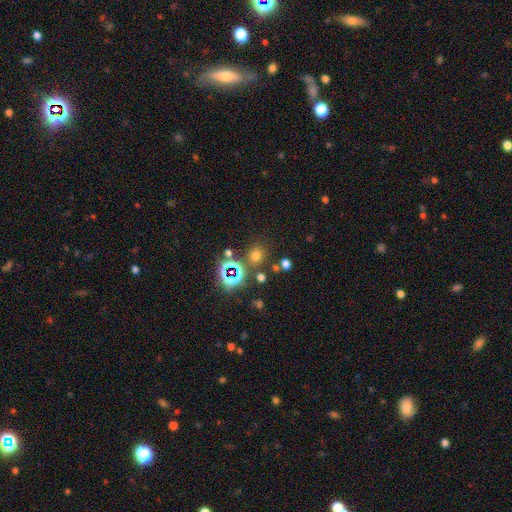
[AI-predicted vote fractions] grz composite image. It shows a smooth galaxy with no disk features (60%) that is round (82%). Merging: none (79%).